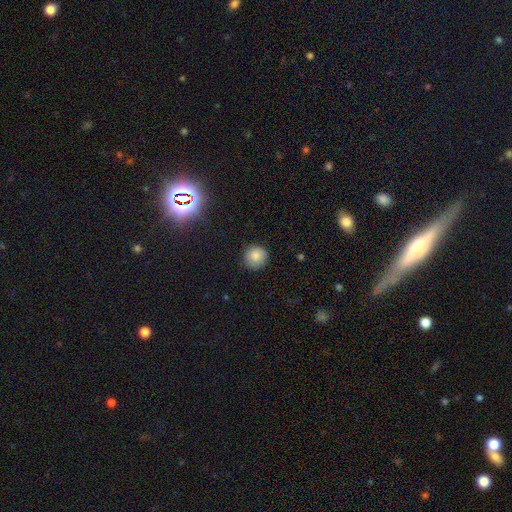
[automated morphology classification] smooth-or-featured: smooth: 85% | star or artifact: 11% | featured or disk: 5%
  how-rounded: round: 92% | in between: 7% | cigar-shaped: 1%
  merging: none: 87% | minor disturbance: 10% | major disturbance: 2% | merger: 1%